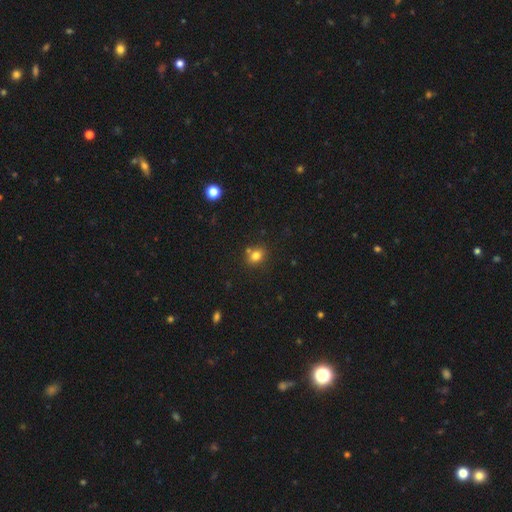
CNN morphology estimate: A smooth galaxy with no disk features (79%) that is round (50%).

Vote fractions:
- Smooth or featured? smooth: 79% / star or artifact: 13% / featured or disk: 8%
- How rounded? round: 50% / in between: 49% / cigar-shaped: 1%
- Merging? none: 68% / merger: 16% / minor disturbance: 13% / major disturbance: 3%